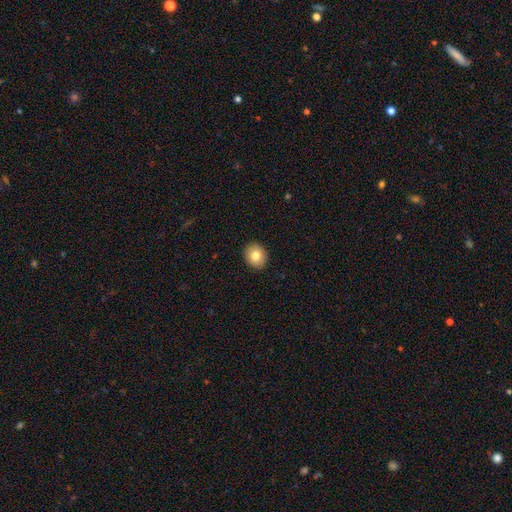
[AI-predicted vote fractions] A smooth galaxy with no disk features (80%) that is round (67%).

Vote fractions:
- Smooth or featured? smooth: 80% / featured or disk: 11% / star or artifact: 9%
- How rounded? round: 67% / in between: 33% / cigar-shaped: 1%
- Merging? none: 92% / minor disturbance: 6% / major disturbance: 2% / merger: 1%